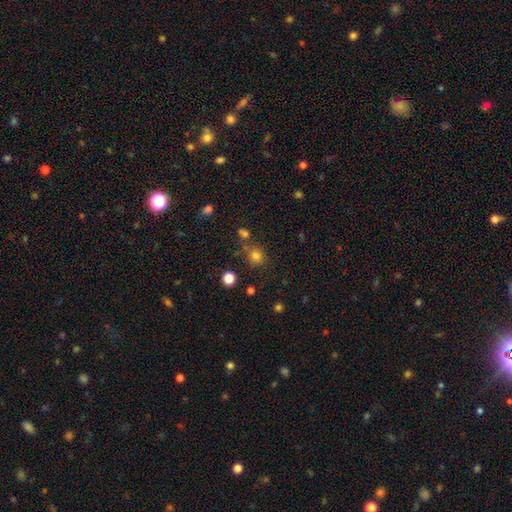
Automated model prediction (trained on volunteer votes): Overall: smooth (79%). How rounded: round (86%). Merging: none (75%).